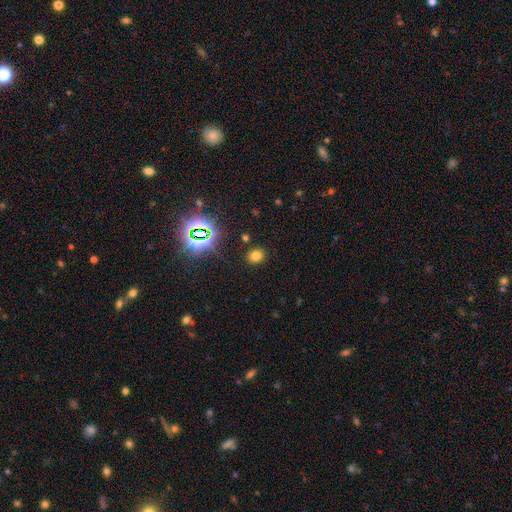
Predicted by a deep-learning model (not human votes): This is likely a smooth galaxy (69%). How rounded: possibly round (58%). Merging: clearly none (87%).